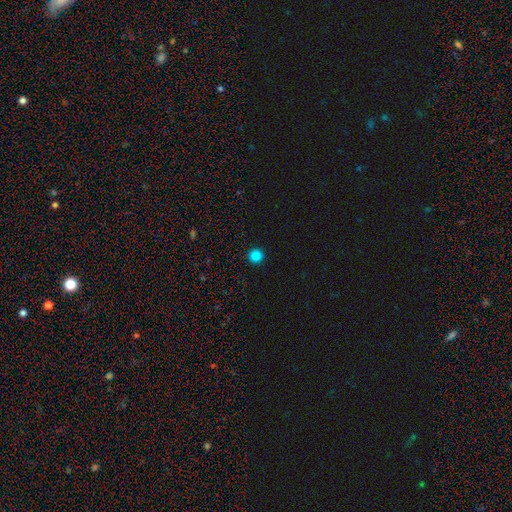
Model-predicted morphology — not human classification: This is clearly a smooth galaxy (85%). How rounded: clearly round (96%). Merging: clearly none (94%).